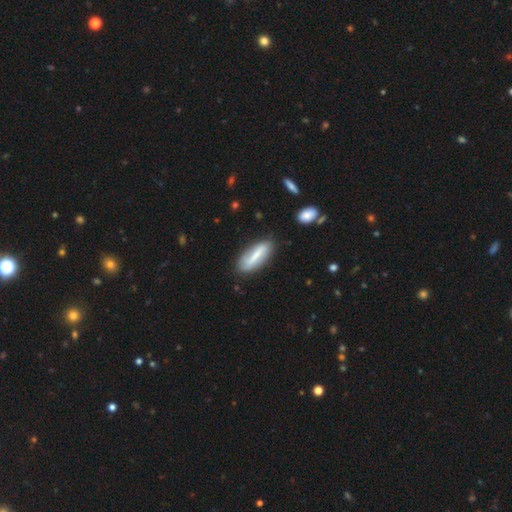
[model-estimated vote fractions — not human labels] Smooth or featured? Predicted: smooth (p=0.56). How rounded? Predicted: in between (p=0.57). Merging? Predicted: none (p=0.77).